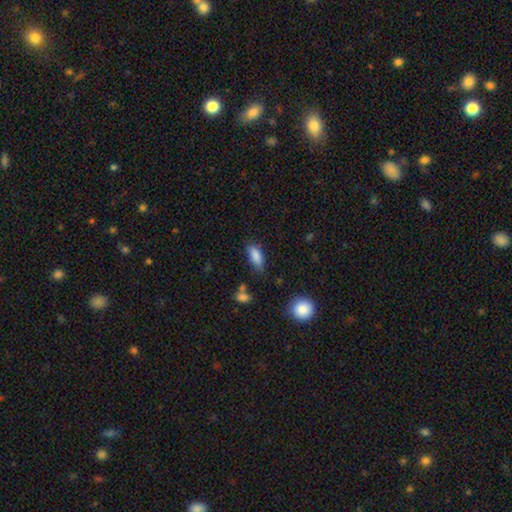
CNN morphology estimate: Smooth or featured: smooth — 84% (star or artifact — 8%)
How rounded: in between — 73% (cigar-shaped — 24%)
Merging: none — 68% (minor disturbance — 23%)